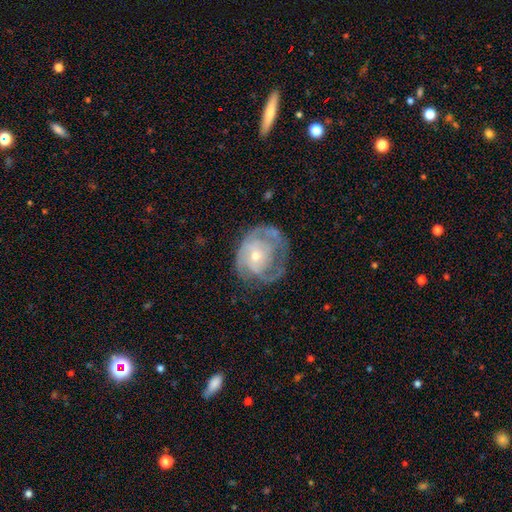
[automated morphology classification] Q: Smooth or featured?
A: featured or disk (72%); runner-up: smooth (21%)
Q: Edge-on disk?
A: no (97%); runner-up: yes (3%)
Q: Bar?
A: no (77%); runner-up: weak (19%)
Q: Spiral arms?
A: yes (75%); runner-up: no (25%)
Q: Spiral winding?
A: tight (55%); runner-up: medium (31%)
Q: Spiral arm count?
A: can't tell (44%); runner-up: 2 (24%)
Q: Bulge size?
A: small (55%); runner-up: moderate (41%)
Q: Merging?
A: none (48%); runner-up: minor disturbance (25%)